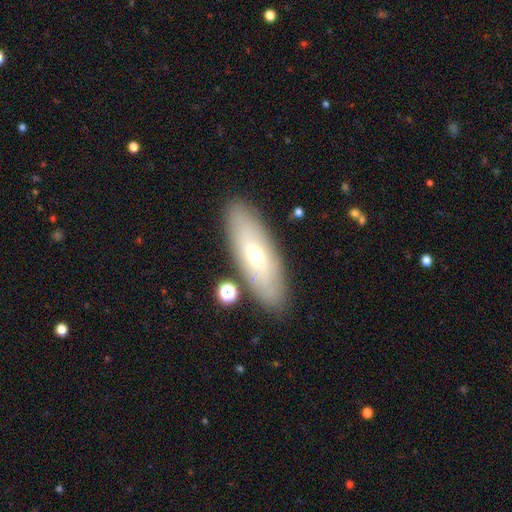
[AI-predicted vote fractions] smooth_or_featured: smooth (p=0.56) [alt: featured or disk p=0.37]
how_rounded: in between (p=0.58) [alt: cigar-shaped p=0.39]
merging: none (p=0.85) [alt: minor disturbance p=0.09]